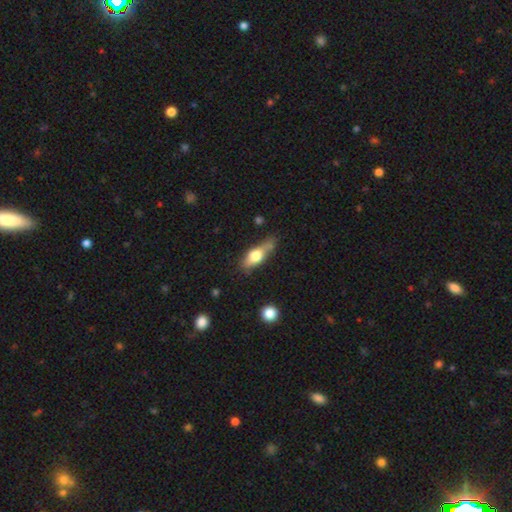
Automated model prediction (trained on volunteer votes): A smooth galaxy with no disk features (58%) that is in between round and cigar-shaped (59%). Merging: none (58%).